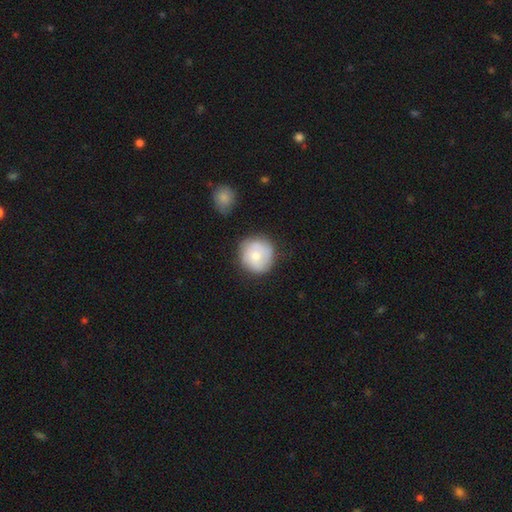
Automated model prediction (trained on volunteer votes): smooth 70%, featured or disk 24%, star or artifact 7%. Down the decision tree: how rounded — round (92%); merging — none (73%).